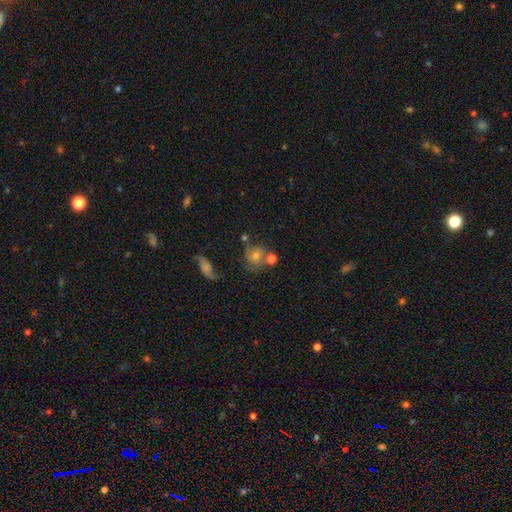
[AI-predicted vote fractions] A smooth galaxy with no disk features (43%).

Vote fractions:
- Smooth or featured? smooth: 43% / featured or disk: 39% / star or artifact: 18%
- Merging? none: 58% / minor disturbance: 17% / merger: 16% / major disturbance: 10%